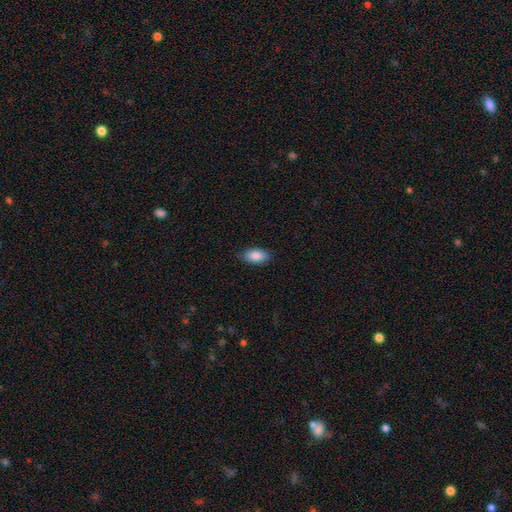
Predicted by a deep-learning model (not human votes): Overall: smooth (88%). How rounded: in between (93%). Merging: none (86%).